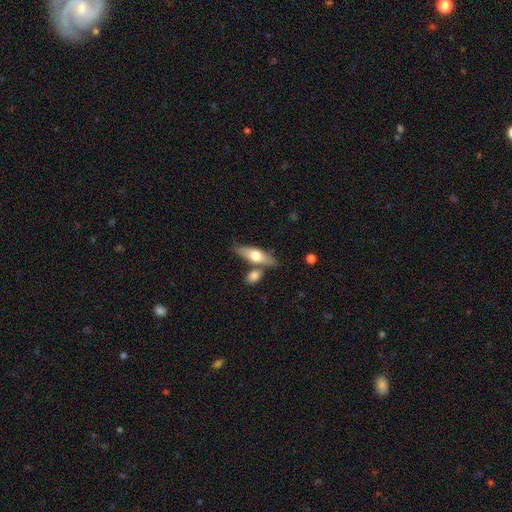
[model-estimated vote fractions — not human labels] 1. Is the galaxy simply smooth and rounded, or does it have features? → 53% smooth, 41% featured or disk, 6% star or artifact.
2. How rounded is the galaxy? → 51% cigar-shaped, 46% in between, 3% round.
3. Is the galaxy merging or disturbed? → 67% none, 18% merger, 12% minor disturbance, 3% major disturbance.